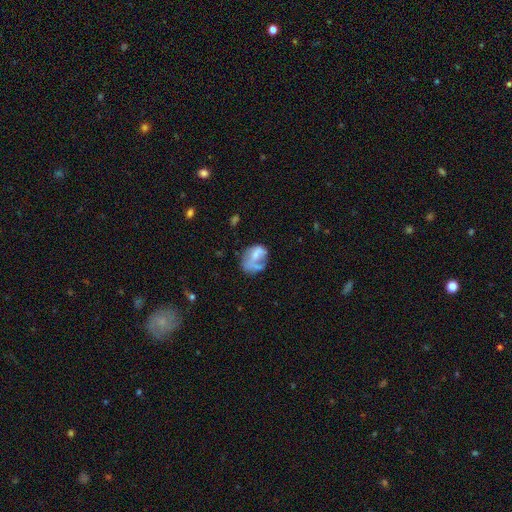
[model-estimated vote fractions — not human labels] smooth-or-featured: smooth: 48% | featured or disk: 43% | star or artifact: 9%
  merging: none: 33% | major disturbance: 29% | minor disturbance: 25% | merger: 13%